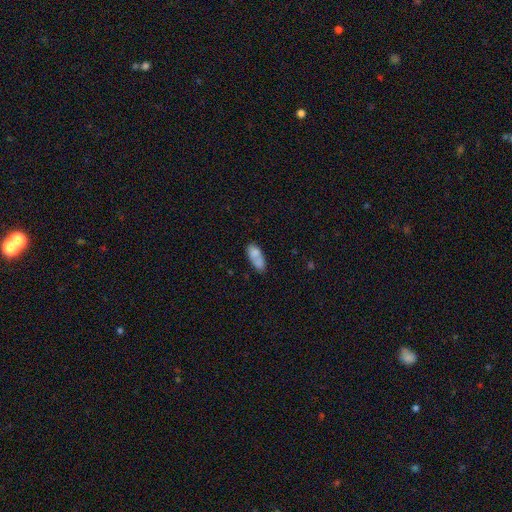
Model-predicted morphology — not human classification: Smooth or featured? smooth (73%)
How rounded? in between (81%)
Merging? none (38%, tied with merger)